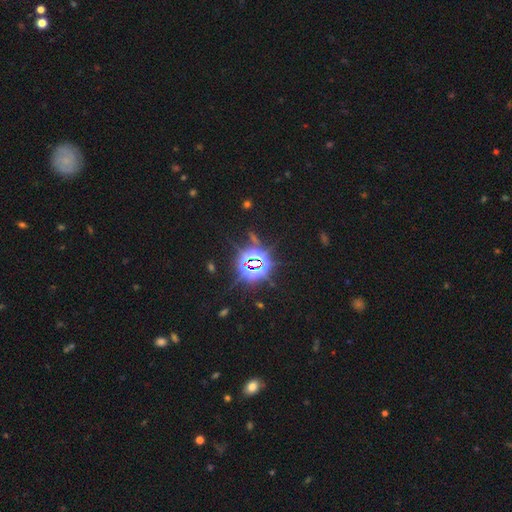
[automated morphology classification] Q: Smooth or featured?
A: star or artifact (82%); runner-up: smooth (11%)